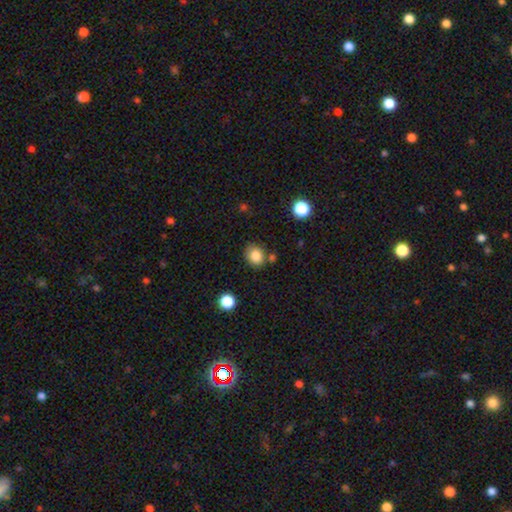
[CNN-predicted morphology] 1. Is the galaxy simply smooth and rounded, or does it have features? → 83% smooth, 10% star or artifact, 6% featured or disk.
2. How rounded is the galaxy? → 59% round, 40% in between, 1% cigar-shaped.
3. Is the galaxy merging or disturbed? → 75% none, 14% minor disturbance, 8% merger, 3% major disturbance.